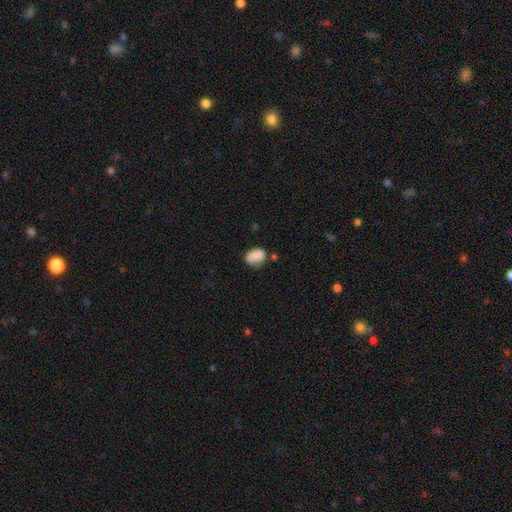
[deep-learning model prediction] The model was most divided on "merging": none: 57%, minor disturbance: 29%, major disturbance: 8%, merger: 6%. More confident: smooth or featured — smooth (83%); how rounded — in between (73%).